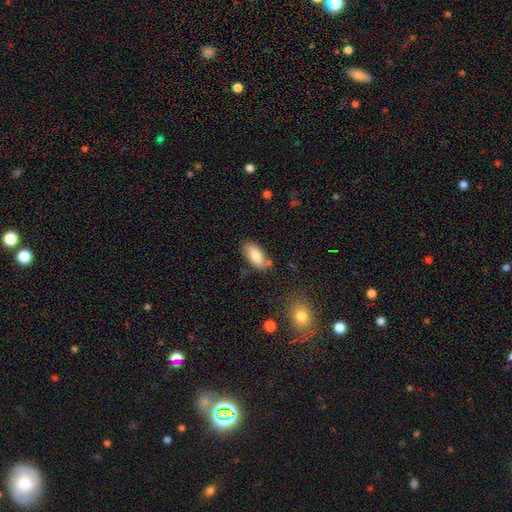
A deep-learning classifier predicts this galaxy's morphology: A smooth galaxy with no disk features (80%) that is in between round and cigar-shaped (87%).

Vote fractions:
- Smooth or featured? smooth: 80% / featured or disk: 13% / star or artifact: 7%
- How rounded? in between: 87% / cigar-shaped: 10% / round: 3%
- Merging? none: 74% / minor disturbance: 17% / merger: 6% / major disturbance: 4%